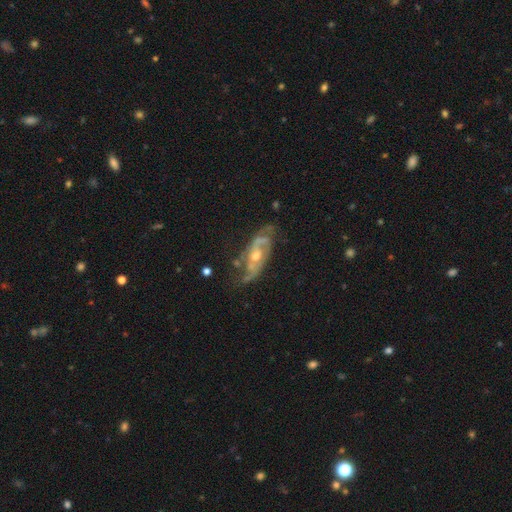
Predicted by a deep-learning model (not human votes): Smooth or featured? Predicted: featured or disk (p=0.85). Edge-on disk? Predicted: no (p=0.91). Bar? Predicted: no (p=0.55). Spiral arms? Predicted: yes (p=0.91). Spiral winding? Predicted: medium (p=0.44). Spiral arm count? Predicted: 2 (p=0.73). Bulge size? Predicted: moderate (p=0.64). Merging? Predicted: none (p=0.62).